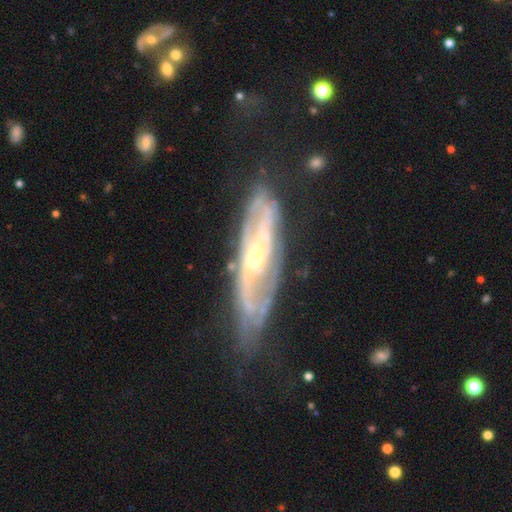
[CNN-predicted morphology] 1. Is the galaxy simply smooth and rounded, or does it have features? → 85% featured or disk, 9% smooth, 6% star or artifact.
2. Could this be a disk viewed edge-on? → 75% no, 25% yes.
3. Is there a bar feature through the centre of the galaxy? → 37% weak, 35% no, 28% strong.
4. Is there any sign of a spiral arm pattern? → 87% yes, 13% no.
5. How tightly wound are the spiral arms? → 42% medium, 39% tight, 19% loose.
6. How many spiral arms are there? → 59% 2, 28% can't tell, 5% 3, 3% 1, 2% 4, 2% more than 4.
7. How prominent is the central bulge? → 58% moderate, 34% small, 6% large, 2% none, 1% dominant.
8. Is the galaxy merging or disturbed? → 64% none, 22% minor disturbance, 12% major disturbance, 2% merger.